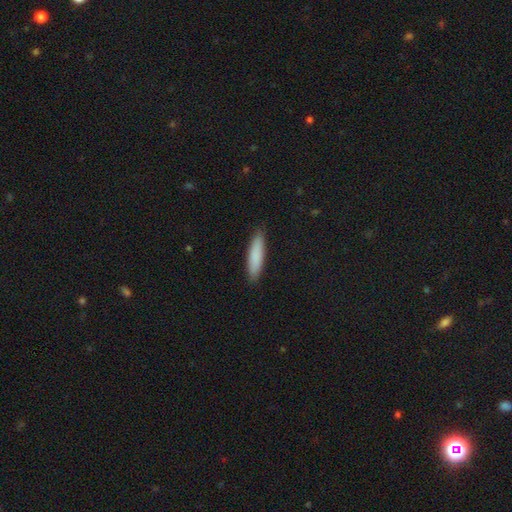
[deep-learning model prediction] This appears to be a smooth galaxy with no disk features (86%) that is cigar-shaped (76%). Merging: none (89%).